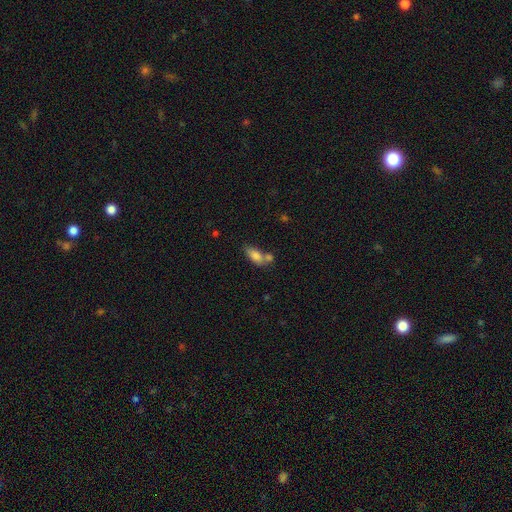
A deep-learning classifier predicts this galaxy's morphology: This is likely a smooth galaxy (80%). How rounded: clearly in between (84%). Merging: marginally none (41%).